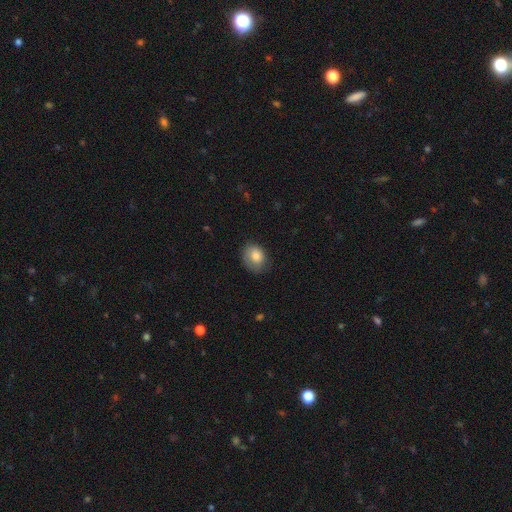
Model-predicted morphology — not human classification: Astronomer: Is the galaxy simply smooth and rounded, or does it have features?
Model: smooth — 80%.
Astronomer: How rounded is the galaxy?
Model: in between — 55% (runner-up: round, 44%).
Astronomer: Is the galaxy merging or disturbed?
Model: none — 66%.